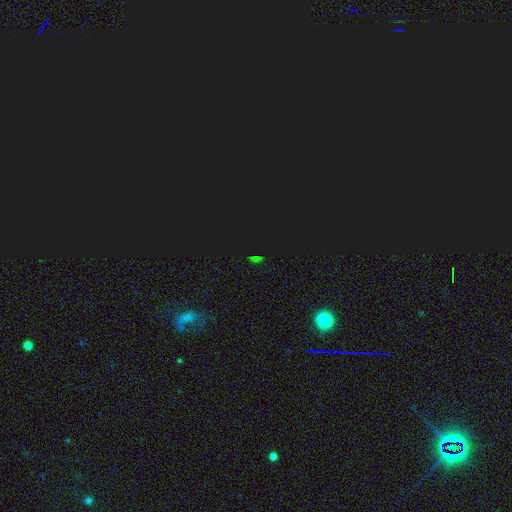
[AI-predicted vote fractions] Smooth or featured? Predicted: star or artifact (p=0.71).